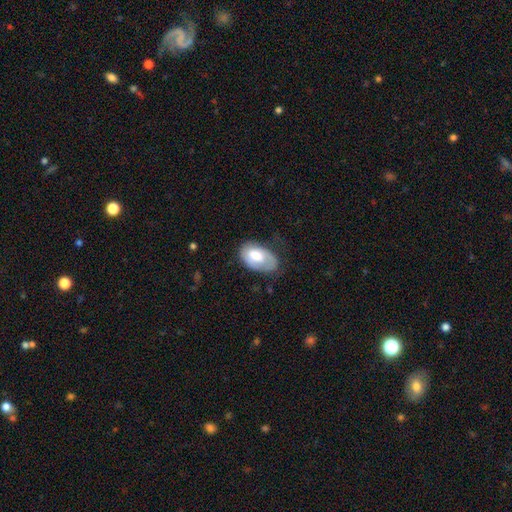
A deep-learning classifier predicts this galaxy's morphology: The model was most divided on "merging": none: 51%, minor disturbance: 32%, major disturbance: 15%, merger: 2%. More confident: how rounded — in between (93%); smooth or featured — smooth (61%).